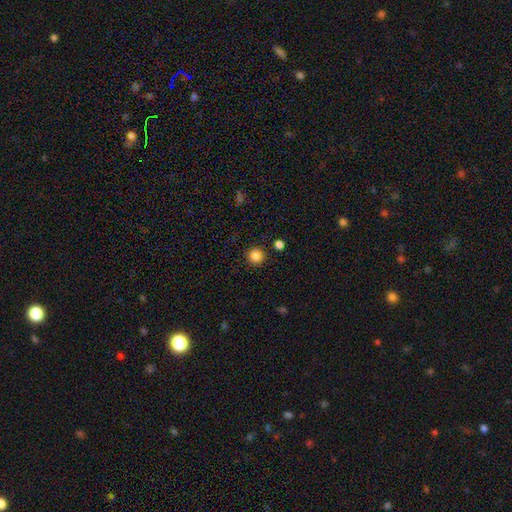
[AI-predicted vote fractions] Q: Smooth or featured?
A: smooth (85%); runner-up: star or artifact (11%)
Q: How rounded?
A: round (95%); runner-up: in between (4%)
Q: Merging?
A: none (90%); runner-up: minor disturbance (6%)